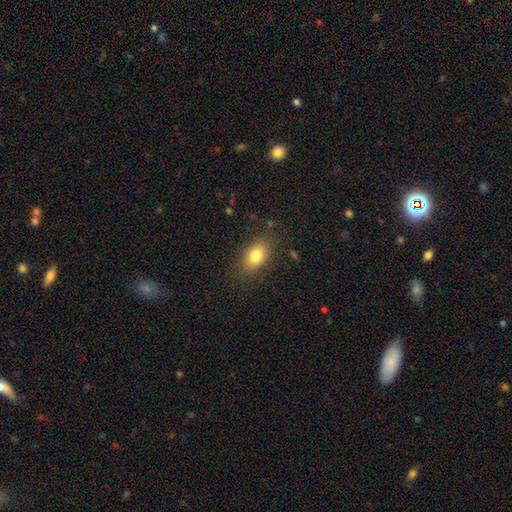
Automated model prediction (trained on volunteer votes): smooth 80%, featured or disk 11%, star or artifact 9%. Down the decision tree: how rounded — in between (85%); merging — none (83%).